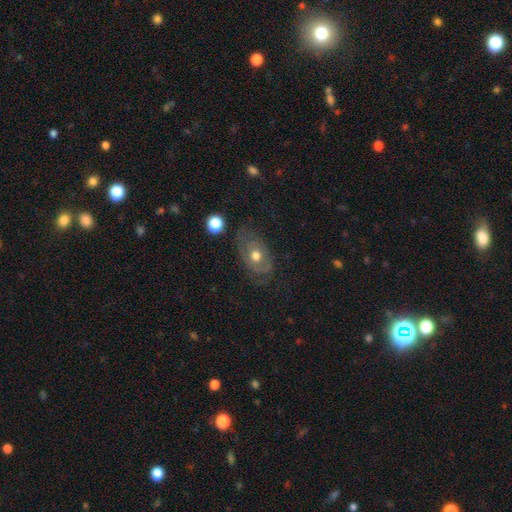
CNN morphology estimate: type=featured or disk (53%); edge-on=no (91%); merging=none (59%).